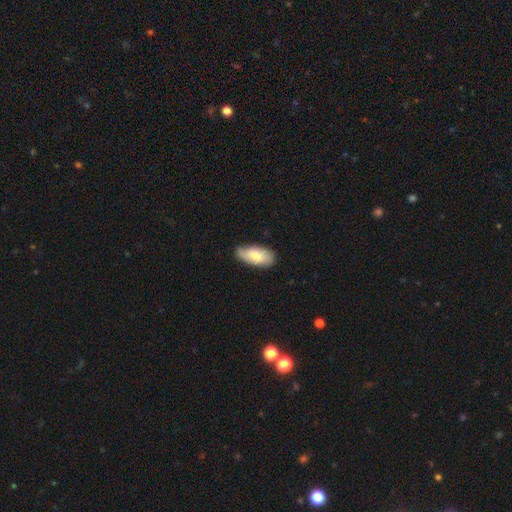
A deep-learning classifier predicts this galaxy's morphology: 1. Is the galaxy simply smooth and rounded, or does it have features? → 73% smooth, 21% featured or disk, 6% star or artifact.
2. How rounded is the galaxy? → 91% in between, 7% cigar-shaped, 2% round.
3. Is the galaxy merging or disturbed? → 71% none, 24% minor disturbance, 4% major disturbance, 1% merger.